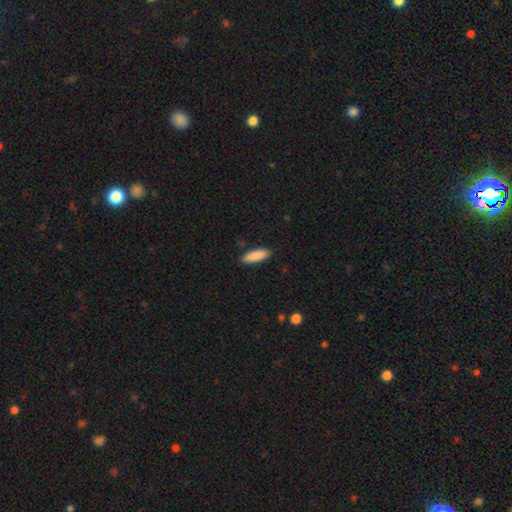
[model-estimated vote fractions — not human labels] smooth 89%, star or artifact 6%, featured or disk 5%. Down the decision tree: how rounded — in between (50%); merging — none (90%).